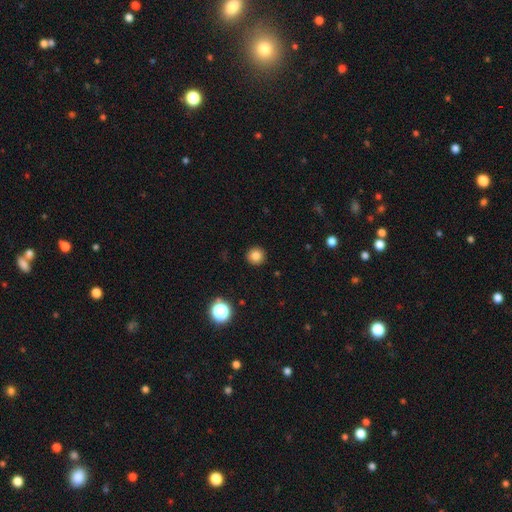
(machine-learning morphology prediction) smooth 82%, star or artifact 12%, featured or disk 5%. Down the decision tree: how rounded — round (95%); merging — none (93%).